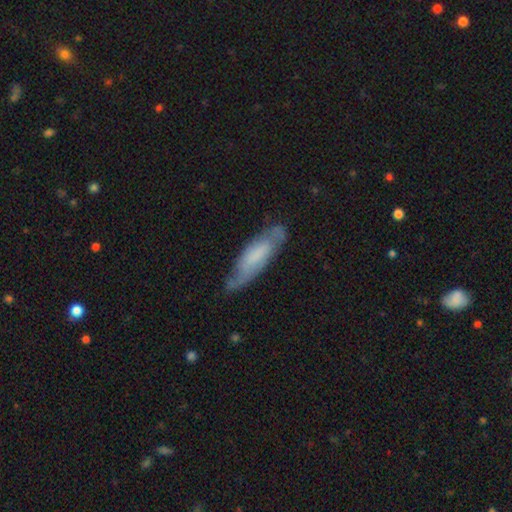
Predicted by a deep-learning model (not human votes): Morphology: type=featured or disk (51%); edge-on=no (69%); merging=none (65%).